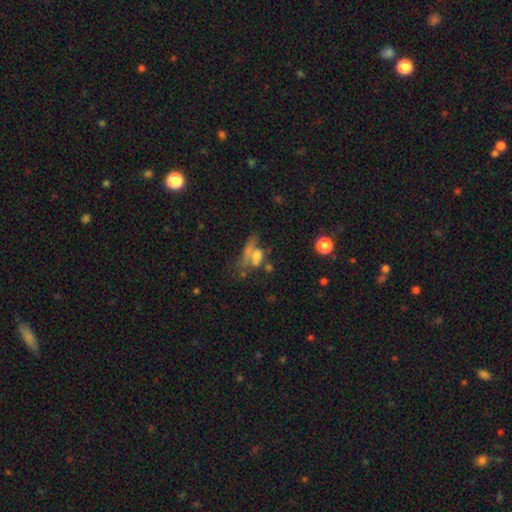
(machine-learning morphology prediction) Smooth or featured? smooth (49%)
Merging? merger (34%)